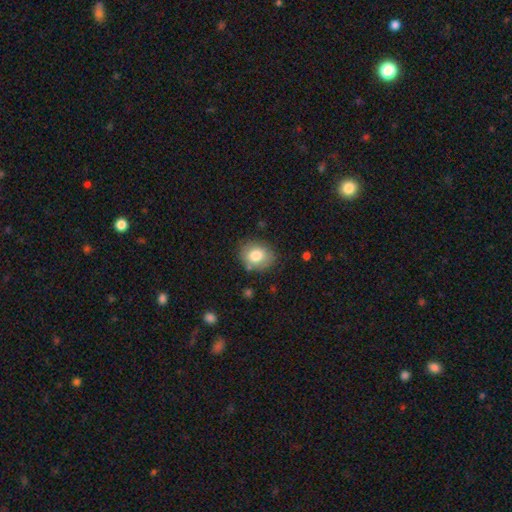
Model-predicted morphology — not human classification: The model was most divided on "how rounded": round: 51%, in between: 48%, cigar-shaped: 1%. More confident: smooth or featured — smooth (78%); merging — none (78%).